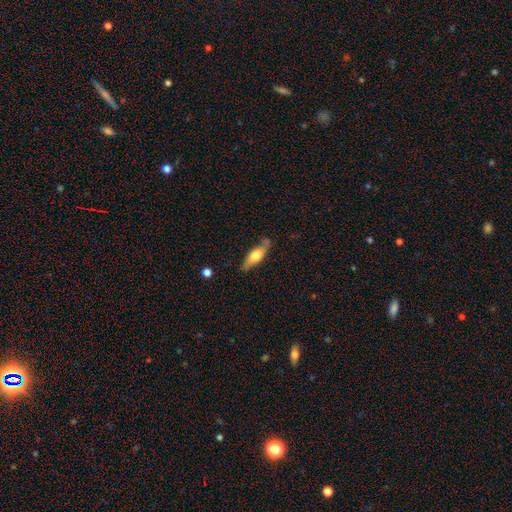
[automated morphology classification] This appears to be a smooth galaxy with no disk features (58%) that is in between round and cigar-shaped (52%). Merging: none (70%).